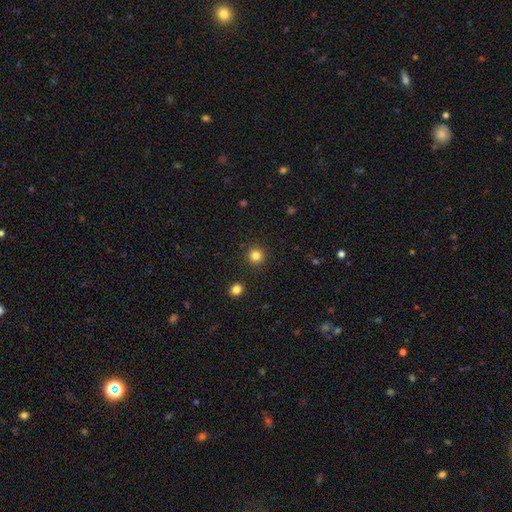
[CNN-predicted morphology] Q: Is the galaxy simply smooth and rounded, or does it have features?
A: smooth — 83%.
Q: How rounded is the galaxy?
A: round — 93%.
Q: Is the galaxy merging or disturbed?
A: none — 91%.